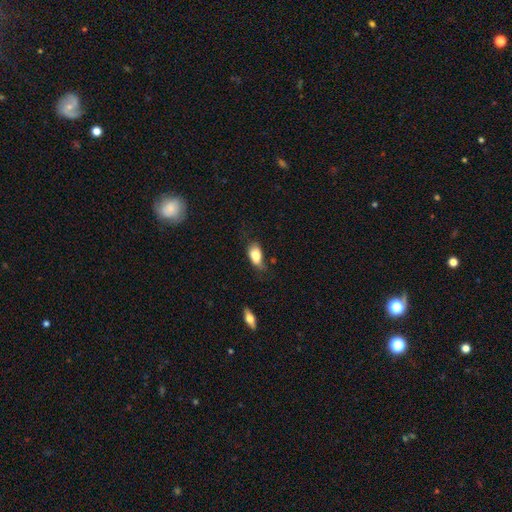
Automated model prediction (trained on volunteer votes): Smooth or featured? smooth (81%)
How rounded? in between (89%)
Merging? none (39%)